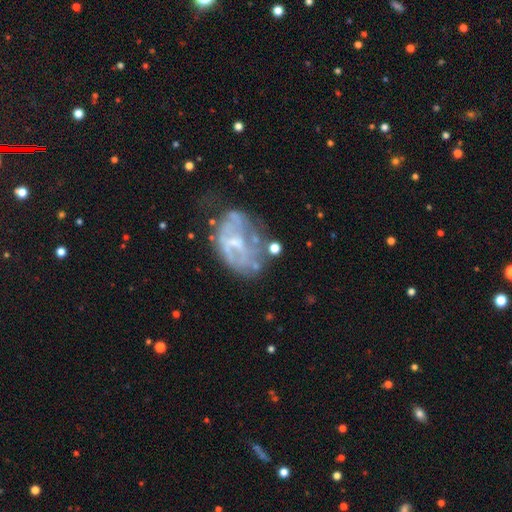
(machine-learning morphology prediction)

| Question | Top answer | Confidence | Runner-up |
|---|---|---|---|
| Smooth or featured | featured or disk | 61% | smooth (21%) |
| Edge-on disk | no | 96% | yes (4%) |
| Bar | no | 57% | weak (31%) |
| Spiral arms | no | 57% | yes (43%) |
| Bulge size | small | 52% | none (23%) |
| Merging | none | 45% | minor disturbance (24%) |